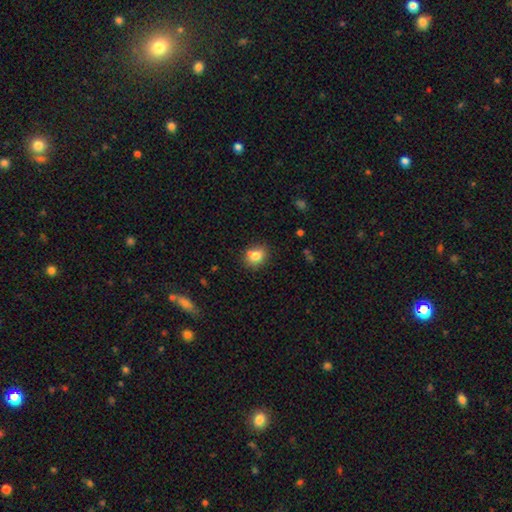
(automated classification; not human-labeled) This is likely a smooth galaxy (79%). How rounded: likely round (61%). Merging: likely none (72%).